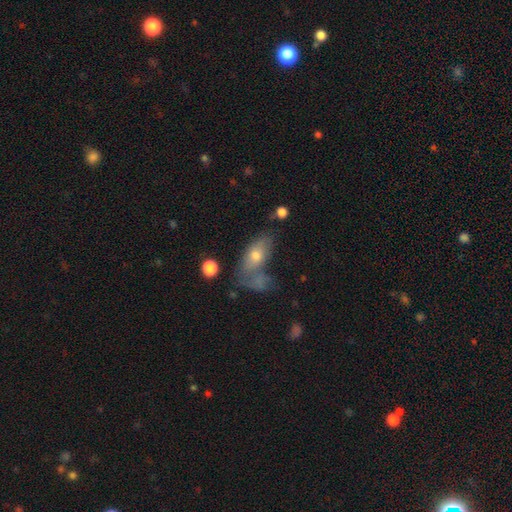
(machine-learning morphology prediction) A smooth galaxy with no disk features (64%) that is in between round and cigar-shaped (84%). Merging: none (40%).